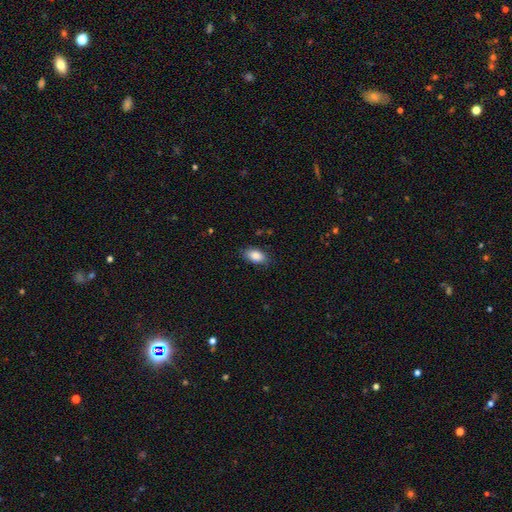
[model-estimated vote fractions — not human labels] Smooth or featured? smooth (87%)
How rounded? in between (91%)
Merging? none (82%)